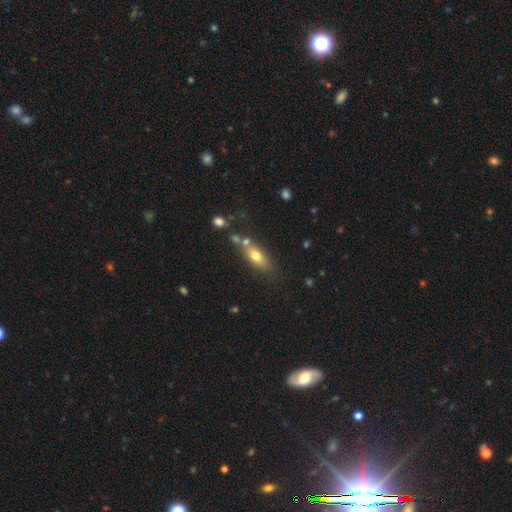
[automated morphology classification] Smooth or featured? Predicted: smooth (p=0.70). How rounded? Predicted: in between (p=0.74). Merging? Predicted: none (p=0.59).